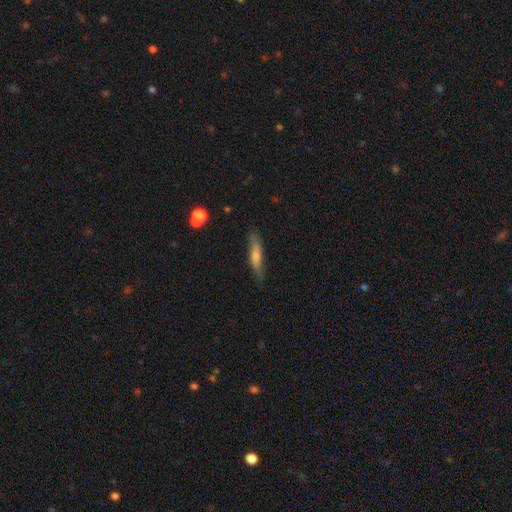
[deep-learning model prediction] smooth 45%, featured or disk 42%, star or artifact 13%. Down the decision tree: merging — none (82%).